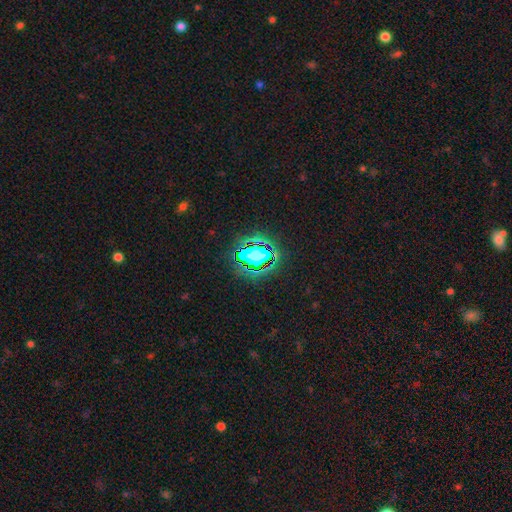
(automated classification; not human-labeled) Q: Smooth or featured?
A: star or artifact (59%); runner-up: smooth (28%)